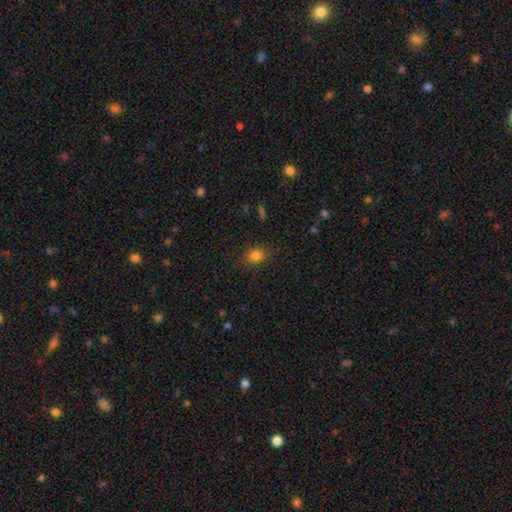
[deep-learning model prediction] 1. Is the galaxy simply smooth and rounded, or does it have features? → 81% smooth, 13% star or artifact, 6% featured or disk.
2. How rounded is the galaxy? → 57% round, 42% in between, 1% cigar-shaped.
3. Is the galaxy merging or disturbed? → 85% none, 11% minor disturbance, 3% major disturbance, 1% merger.